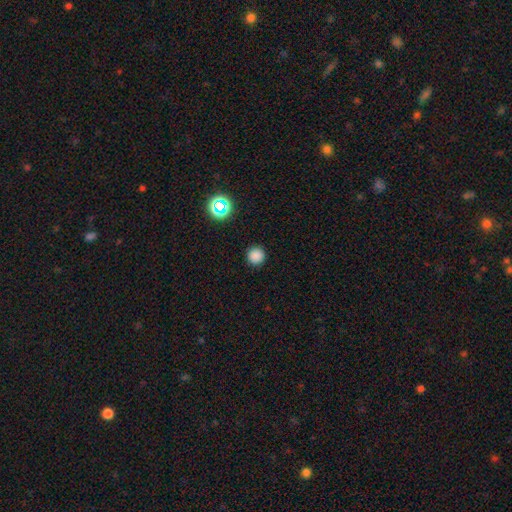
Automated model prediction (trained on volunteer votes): Smooth or featured: smooth — 82% (star or artifact — 14%)
How rounded: round — 95% (in between — 4%)
Merging: none — 91% (minor disturbance — 6%)